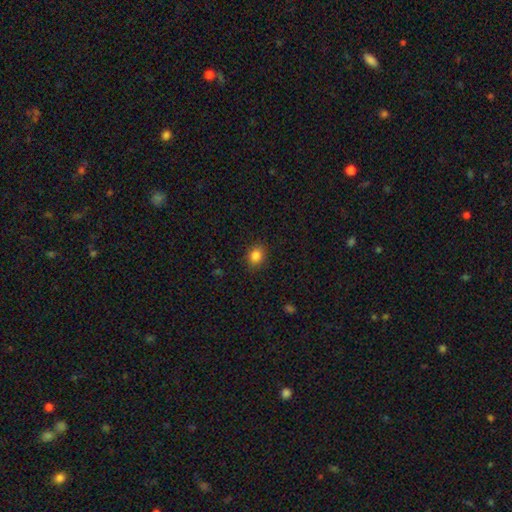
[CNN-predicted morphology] A smooth galaxy with no disk features (85%) that is round (65%). Merging: none (88%).